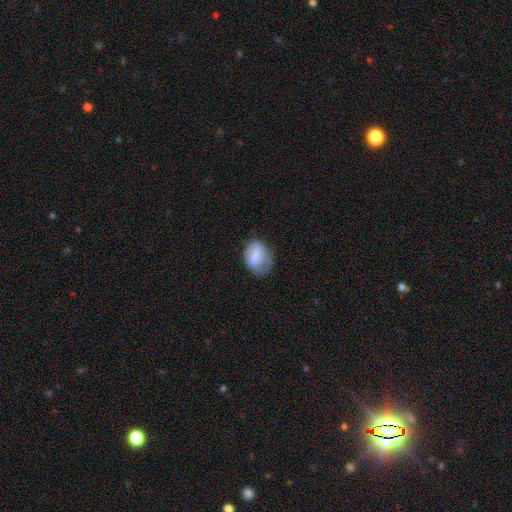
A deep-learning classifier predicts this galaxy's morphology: A smooth galaxy with no disk features (61%) that is in between round and cigar-shaped (67%). Merging: none (52%).